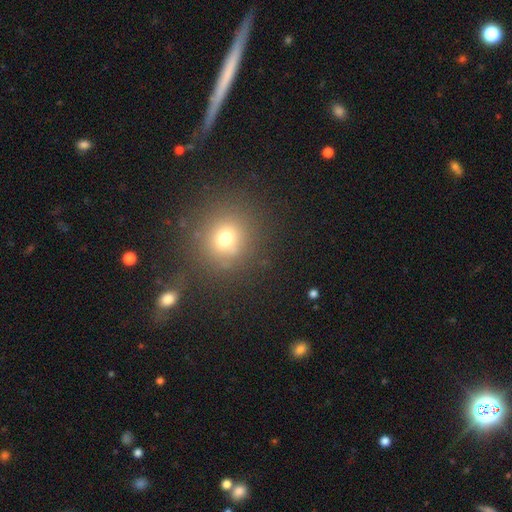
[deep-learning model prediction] This appears to be a smooth galaxy with no disk features (57%) that is round (92%). Merging: none (89%).